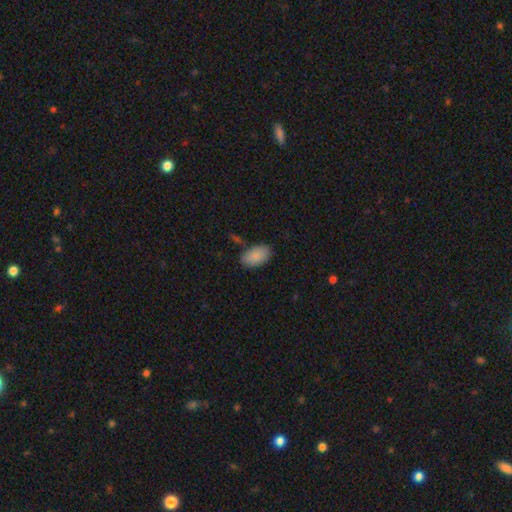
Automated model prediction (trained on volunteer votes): A smooth galaxy with no disk features (88%) that is in between round and cigar-shaped (94%).

Vote fractions:
- Smooth or featured? smooth: 88% / star or artifact: 6% / featured or disk: 6%
- How rounded? in between: 94% / round: 4% / cigar-shaped: 1%
- Merging? none: 81% / minor disturbance: 13% / merger: 3% / major disturbance: 3%